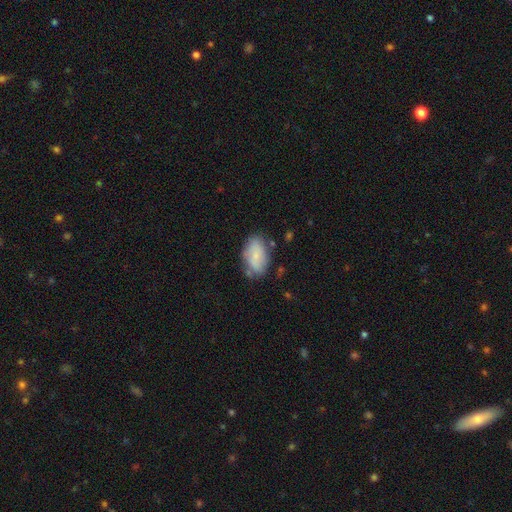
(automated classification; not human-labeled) smooth-or-featured: smooth: 68% | featured or disk: 25% | star or artifact: 7%
  how-rounded: in between: 91% | round: 7% | cigar-shaped: 2%
  merging: none: 67% | minor disturbance: 22% | major disturbance: 6% | merger: 5%